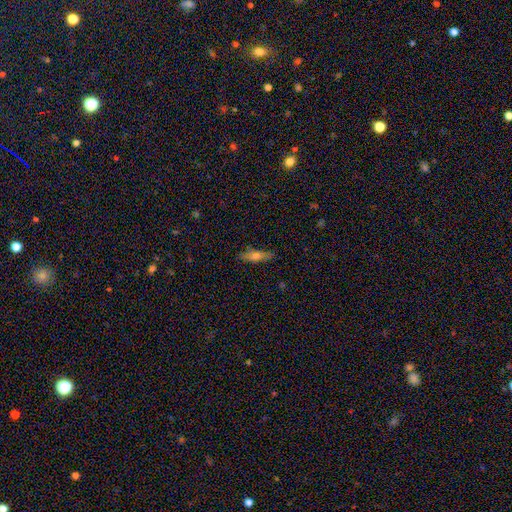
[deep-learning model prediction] The model was most divided on "how rounded": cigar-shaped: 59%, in between: 38%, round: 3%. More confident: merging — none (83%); smooth or featured — smooth (59%).